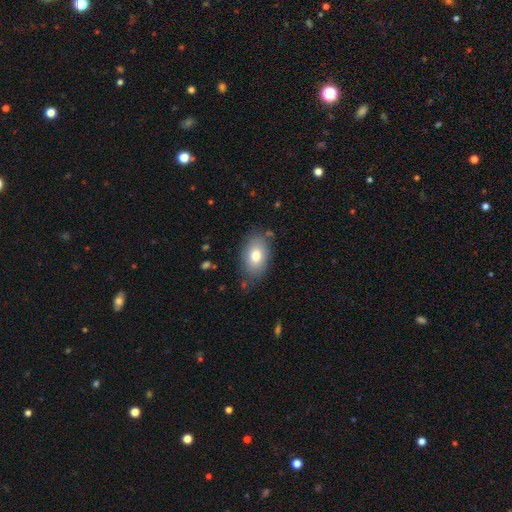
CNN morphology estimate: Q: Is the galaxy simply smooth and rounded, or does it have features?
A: smooth — 77%.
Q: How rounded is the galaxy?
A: in between — 87%.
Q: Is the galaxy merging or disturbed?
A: none — 78%.